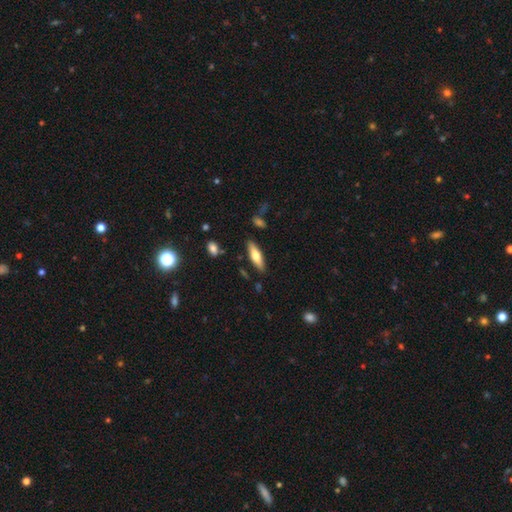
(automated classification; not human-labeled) Smooth or featured?
  - smooth: 61% *
  - featured or disk: 33%
  - star or artifact: 6%
How rounded?
  - cigar-shaped: 58% *
  - in between: 40%
  - round: 2%
Merging?
  - none: 85% *
  - minor disturbance: 10%
  - merger: 3%
  - major disturbance: 2%